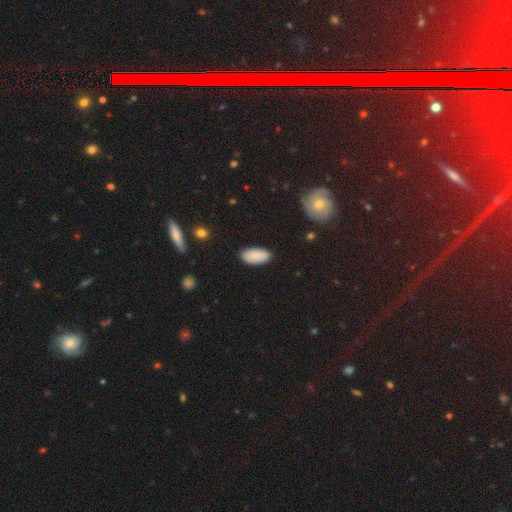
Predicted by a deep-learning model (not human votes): The model was most divided on "merging": none: 83%, minor disturbance: 13%, major disturbance: 2%, merger: 1%. More confident: how rounded — in between (94%); smooth or featured — smooth (84%).